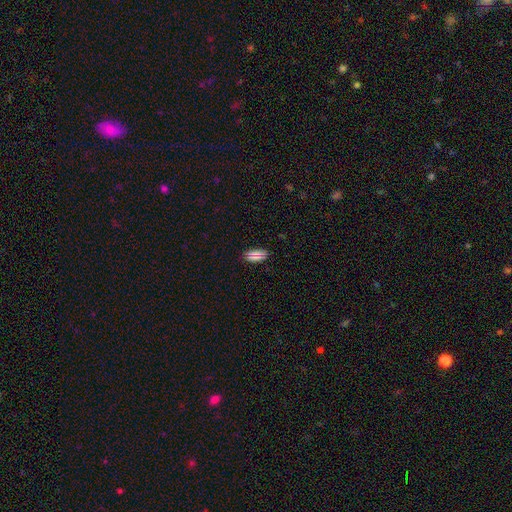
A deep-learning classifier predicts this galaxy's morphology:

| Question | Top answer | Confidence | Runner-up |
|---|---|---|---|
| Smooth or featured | smooth | 77% | star or artifact (14%) |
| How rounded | in between | 92% | cigar-shaped (5%) |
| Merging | none | 82% | minor disturbance (14%) |